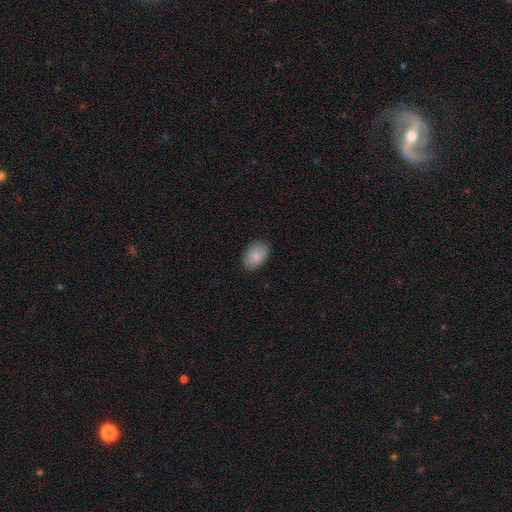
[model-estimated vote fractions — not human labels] Smooth or featured? Predicted: smooth (p=0.86). How rounded? Predicted: in between (p=0.88). Merging? Predicted: none (p=0.87).